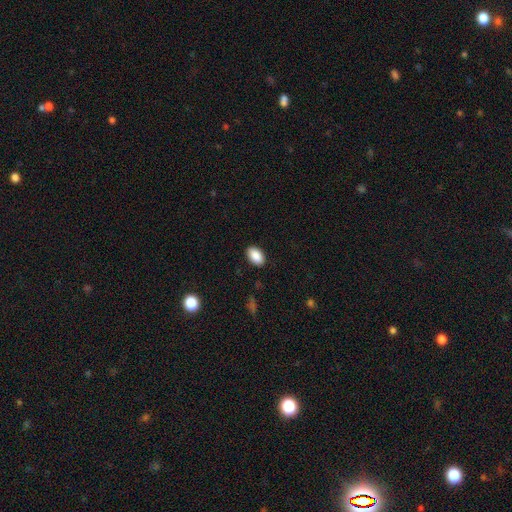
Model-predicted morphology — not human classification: This appears to be a smooth galaxy with no disk features (89%) that is in between round and cigar-shaped (93%). Merging: none (89%).